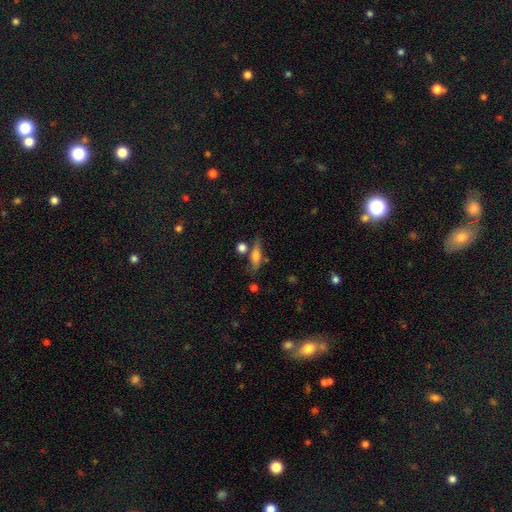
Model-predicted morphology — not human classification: This is possibly a smooth galaxy (54%). How rounded: possibly cigar-shaped (52%). Merging: likely none (67%).